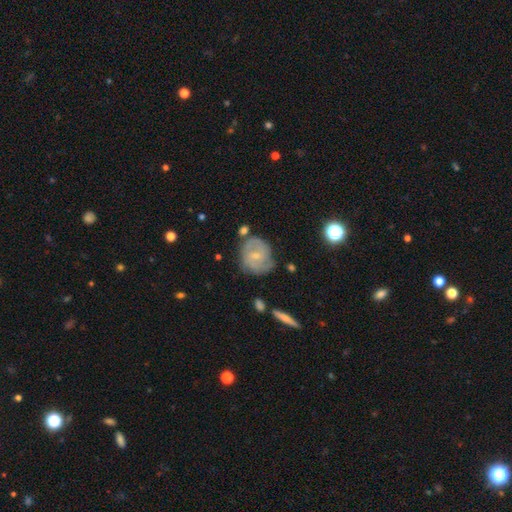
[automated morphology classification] smooth-or-featured: featured or disk: 66% | smooth: 27% | star or artifact: 7%
  disk-edge-on: no: 96% | yes: 4%
    bar: weak: 48% | no: 40% | strong: 12%
    has-spiral-arms: yes: 84% | no: 16%
      spiral-winding: tight: 41% (tied) | medium: 41% (tied) | loose: 18%
      spiral-arm-count: 2: 63% | can't tell: 23% | 3: 6% | 1: 4% | 4: 2% | more than 4: 2%
    bulge-size: small: 68% | moderate: 26% | none: 4% | large: 1% | dominant: 1%
  merging: none: 65% | minor disturbance: 22% | major disturbance: 8% | merger: 5%